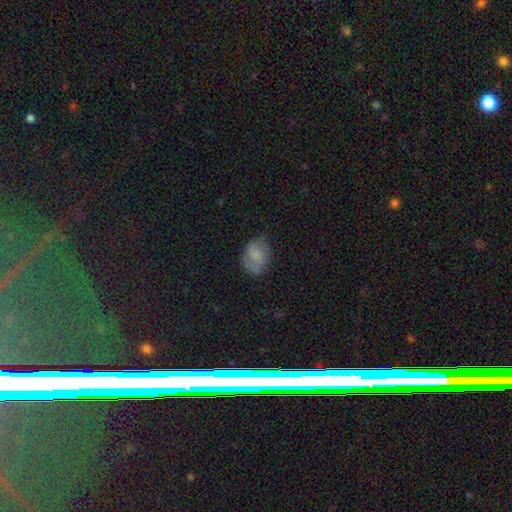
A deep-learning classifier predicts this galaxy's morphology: Q: Smooth or featured?
A: smooth (65%); runner-up: featured or disk (26%)
Q: How rounded?
A: in between (60%); runner-up: round (39%)
Q: Merging?
A: none (63%); runner-up: minor disturbance (27%)